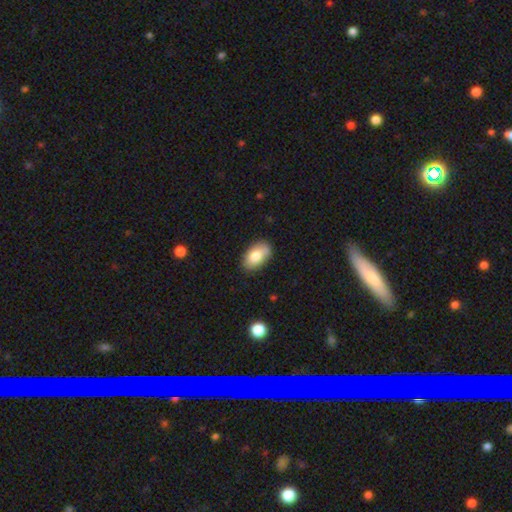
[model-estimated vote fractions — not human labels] Overall: smooth (79%). How rounded: in between (92%). Merging: none (76%).